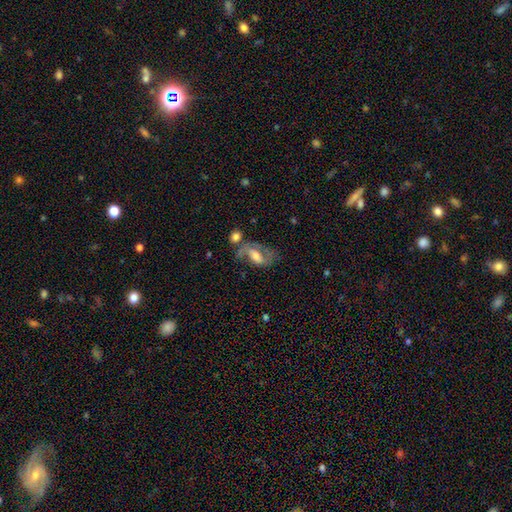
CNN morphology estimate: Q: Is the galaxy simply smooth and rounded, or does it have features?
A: featured or disk — 63%.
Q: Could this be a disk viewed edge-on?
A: no — 93%.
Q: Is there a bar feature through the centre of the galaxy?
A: weak — 42%.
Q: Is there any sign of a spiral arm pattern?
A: yes — 74%.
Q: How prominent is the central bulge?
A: moderate — 54%.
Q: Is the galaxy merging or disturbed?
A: none — 36%.